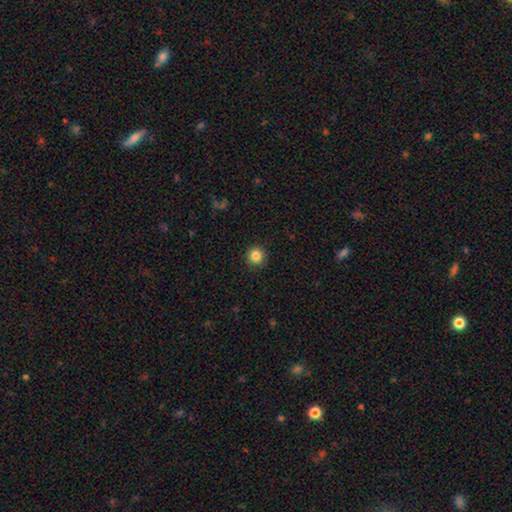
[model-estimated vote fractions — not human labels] Morphology: type=smooth (85%); roundness=round (95%); merging=none (92%).